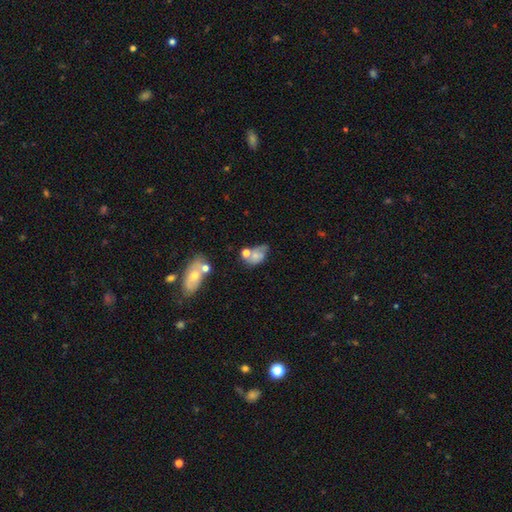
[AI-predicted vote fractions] A smooth galaxy with no disk features (58%) that is in between round and cigar-shaped (79%).

Vote fractions:
- Smooth or featured? smooth: 58% / featured or disk: 31% / star or artifact: 11%
- How rounded? in between: 79% / round: 19% / cigar-shaped: 2%
- Merging? none: 29% / merger: 28% / minor disturbance: 25% / major disturbance: 18%